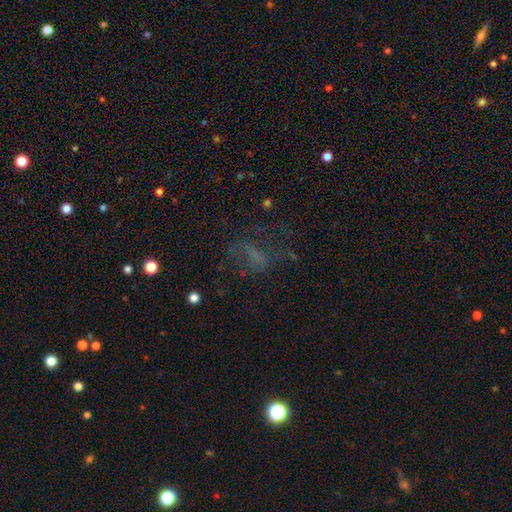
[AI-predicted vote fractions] Smooth or featured?
  - smooth: 37% *
  - featured or disk: 34%
  - star or artifact: 29%
Merging?
  - none: 49% *
  - major disturbance: 31%
  - minor disturbance: 18%
  - merger: 3%